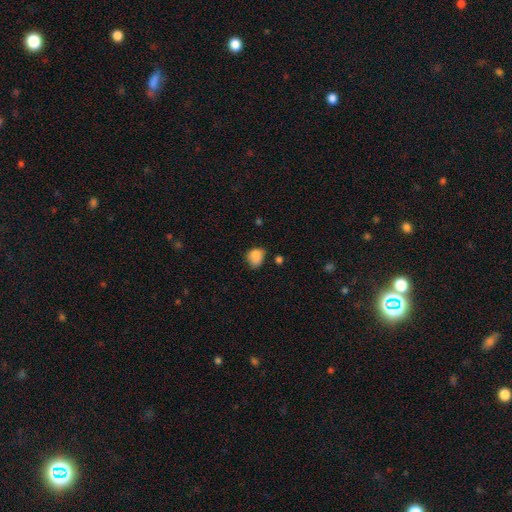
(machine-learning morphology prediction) Smooth or featured: smooth — 84% (star or artifact — 10%)
How rounded: in between — 50% (round — 49%)
Merging: none — 52% (minor disturbance — 34%)